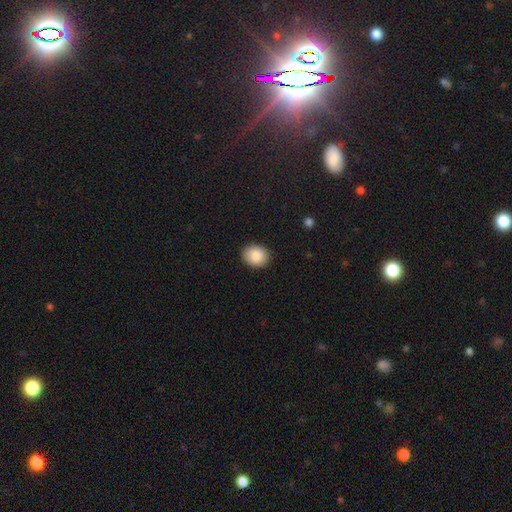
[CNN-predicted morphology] The model was most divided on "how rounded": round: 55%, in between: 44%, cigar-shaped: 1%. More confident: merging — none (90%); smooth or featured — smooth (88%).